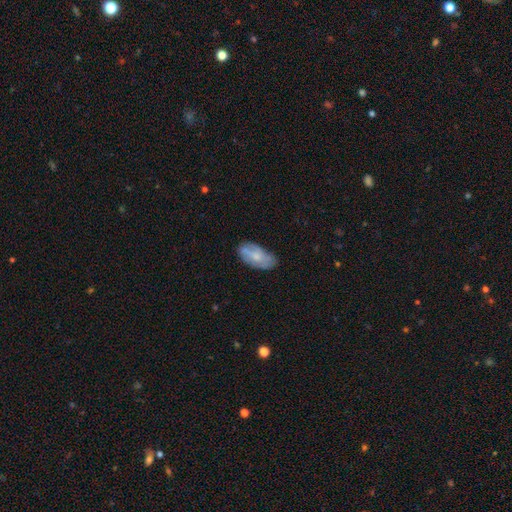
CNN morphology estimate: Smooth or featured? Predicted: smooth (p=0.56). How rounded? Predicted: in between (p=0.92). Merging? Predicted: none (p=0.62).